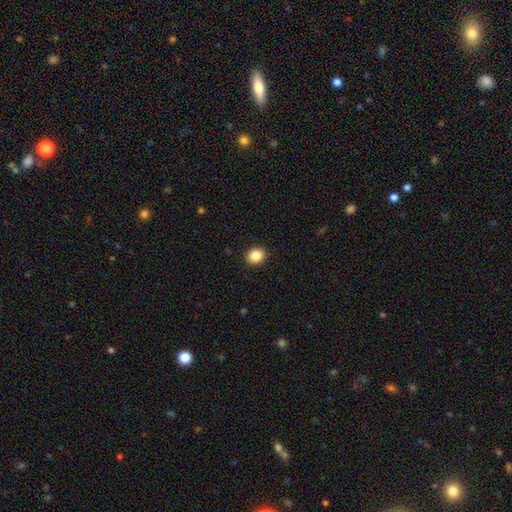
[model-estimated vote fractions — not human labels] This is clearly a smooth galaxy (86%). How rounded: likely round (66%). Merging: clearly none (92%).